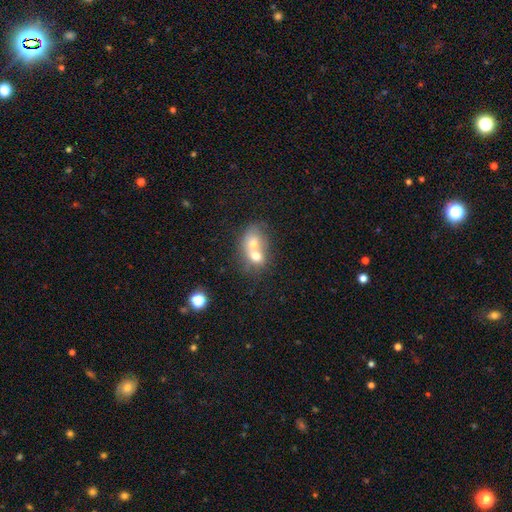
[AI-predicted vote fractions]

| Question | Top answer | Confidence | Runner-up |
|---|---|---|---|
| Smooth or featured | smooth | 63% | featured or disk (28%) |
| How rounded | in between | 52% | round (47%) |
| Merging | merger | 77% | none (14%) |